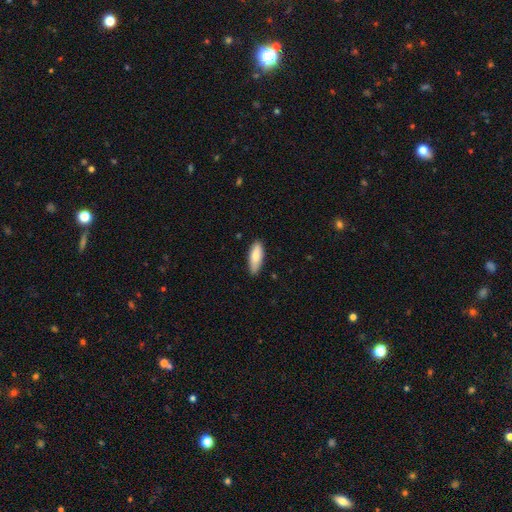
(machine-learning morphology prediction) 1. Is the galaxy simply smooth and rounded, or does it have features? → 81% smooth, 13% featured or disk, 6% star or artifact.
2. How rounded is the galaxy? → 67% in between, 31% cigar-shaped, 2% round.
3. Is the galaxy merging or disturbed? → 85% none, 12% minor disturbance, 2% major disturbance, 1% merger.